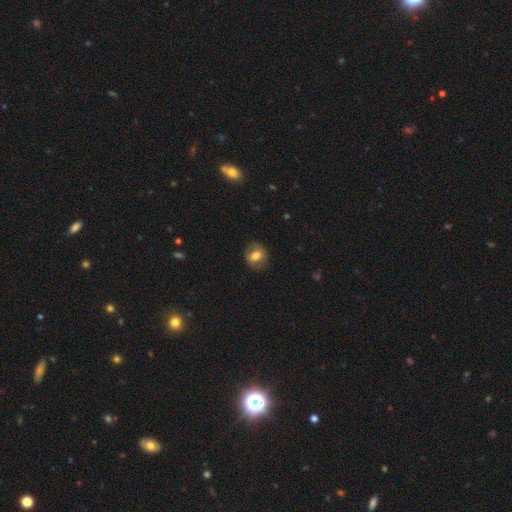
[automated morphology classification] Smooth or featured: smooth — 67% (featured or disk — 24%)
How rounded: round — 52% (in between — 47%)
Merging: none — 77% (minor disturbance — 15%)